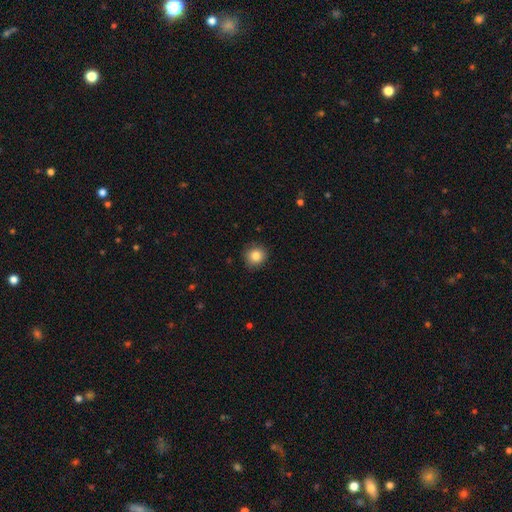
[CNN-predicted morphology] Smooth or featured? Predicted: smooth (p=0.85). How rounded? Predicted: round (p=0.88). Merging? Predicted: none (p=0.88).